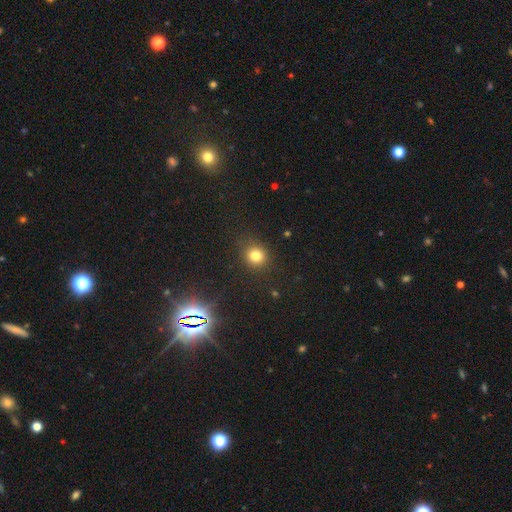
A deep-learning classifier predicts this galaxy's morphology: smooth 78%, star or artifact 16%, featured or disk 6%. Down the decision tree: how rounded — round (88%); merging — none (86%).